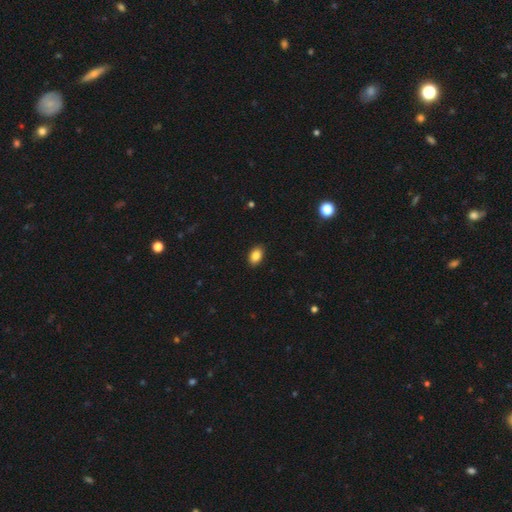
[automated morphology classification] The model was most divided on "how rounded": in between: 85%, round: 13%, cigar-shaped: 1%. More confident: merging — none (89%); smooth or featured — smooth (87%).